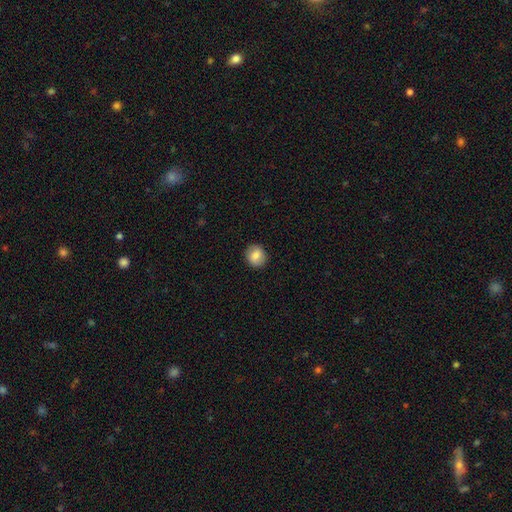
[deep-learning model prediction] smooth-or-featured: smooth: 81% | featured or disk: 11% | star or artifact: 8%
  how-rounded: round: 79% | in between: 20% | cigar-shaped: 1%
  merging: none: 89% | minor disturbance: 8% | major disturbance: 2% | merger: 1%